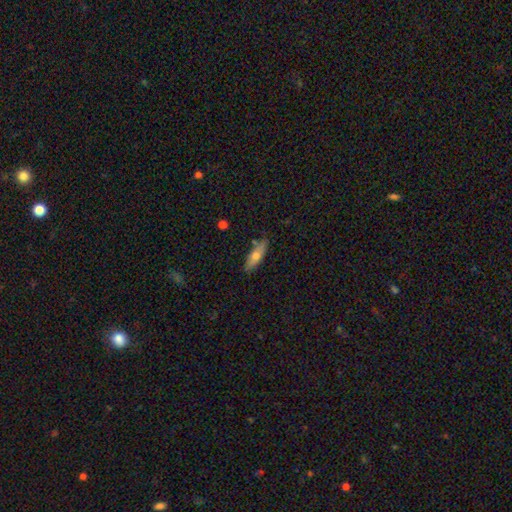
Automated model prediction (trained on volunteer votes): Overall: smooth (64%; featured or disk 29%). How rounded: cigar-shaped (55%; in between 43%). Merging: none (82%).